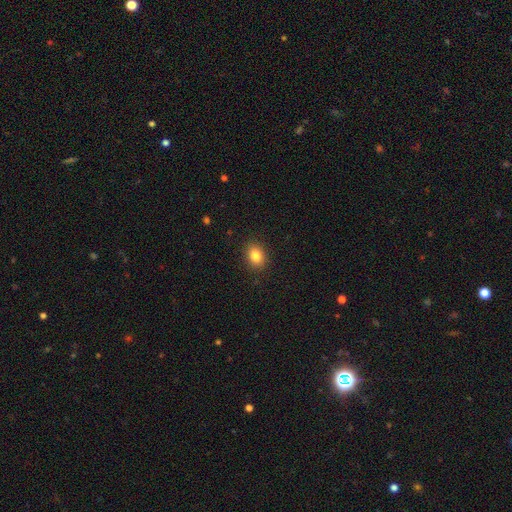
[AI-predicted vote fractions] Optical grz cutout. It shows a smooth galaxy with no disk features (83%) that is in between round and cigar-shaped (58%). Merging: none (89%).